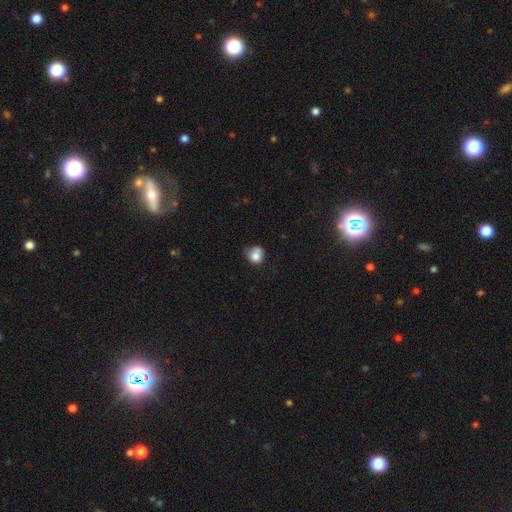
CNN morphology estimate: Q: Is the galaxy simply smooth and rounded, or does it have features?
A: smooth — 78%.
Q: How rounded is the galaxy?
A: round — 74%.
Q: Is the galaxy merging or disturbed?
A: none — 43%.